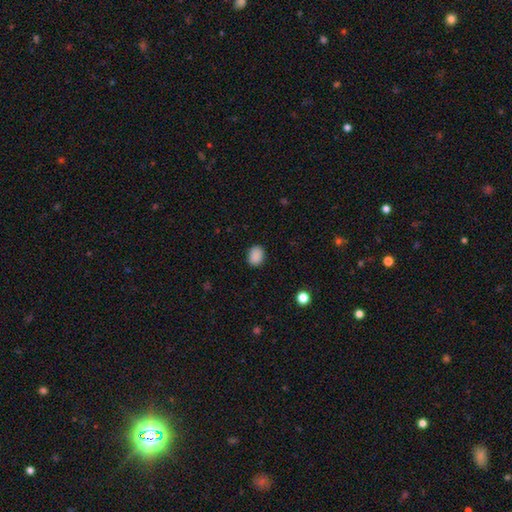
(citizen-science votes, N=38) Smooth or featured?
  - smooth: 92% *
  - star or artifact: 5%
  - featured or disk: 3%
How rounded?
  - in between: 66% *
  - round: 34%
  - cigar-shaped: 0%
Merging?
  - none: 72% *
  - minor disturbance: 14%
  - major disturbance: 14%
  - merger: 0%